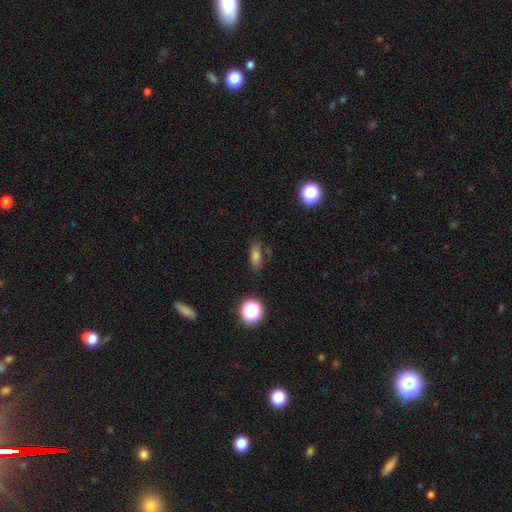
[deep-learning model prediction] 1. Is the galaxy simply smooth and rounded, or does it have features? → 75% smooth, 15% star or artifact, 9% featured or disk.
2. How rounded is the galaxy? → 73% in between, 16% cigar-shaped, 11% round.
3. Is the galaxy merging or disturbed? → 69% none, 21% minor disturbance, 7% major disturbance, 4% merger.